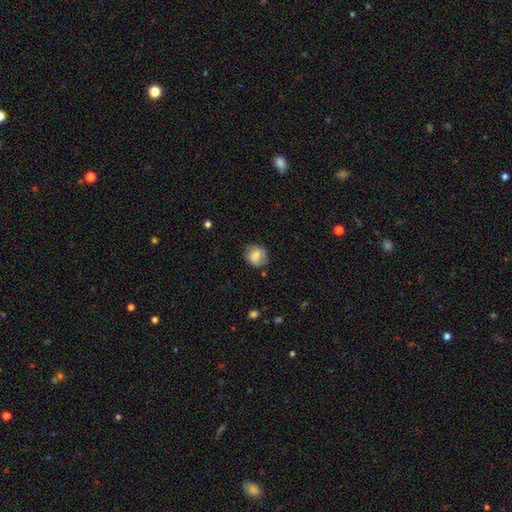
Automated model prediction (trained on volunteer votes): smooth-or-featured: smooth: 73% | featured or disk: 20% | star or artifact: 8%
  how-rounded: round: 75% | in between: 24% | cigar-shaped: 1%
  merging: none: 72% | minor disturbance: 20% | major disturbance: 6% | merger: 2%